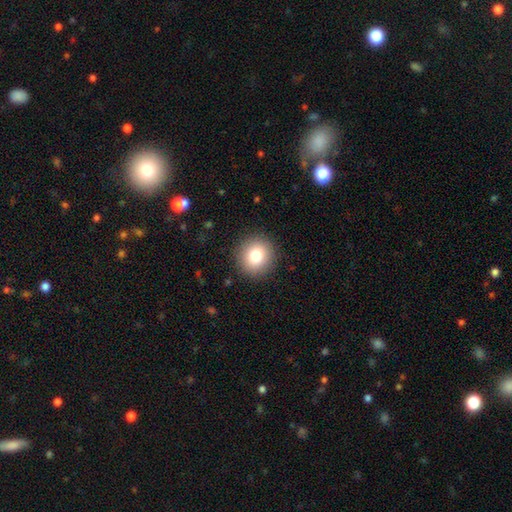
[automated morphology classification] Smooth or featured: smooth — 81% (star or artifact — 10%)
How rounded: round — 88% (in between — 11%)
Merging: none — 91% (minor disturbance — 6%)